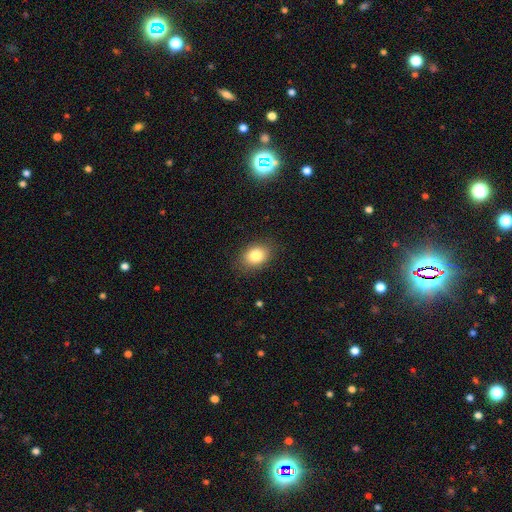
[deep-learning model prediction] Morphology: type=smooth (82%); roundness=in between (66%); merging=none (85%).